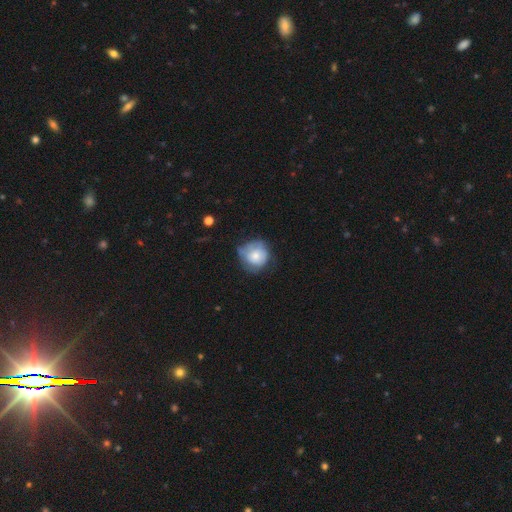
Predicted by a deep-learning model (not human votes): The model was most divided on "merging": none: 51%, minor disturbance: 33%, major disturbance: 13%, merger: 3%. More confident: how rounded — round (87%); smooth or featured — smooth (65%).